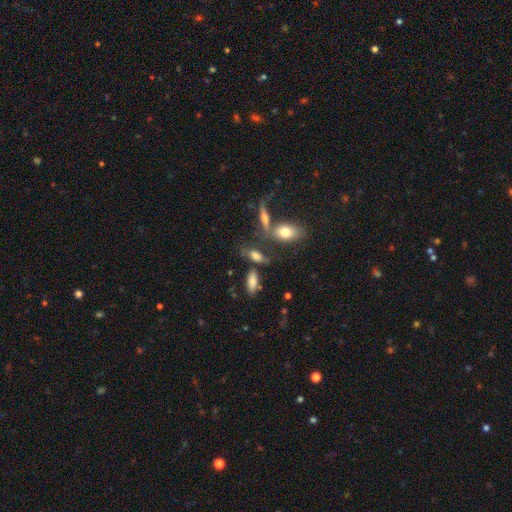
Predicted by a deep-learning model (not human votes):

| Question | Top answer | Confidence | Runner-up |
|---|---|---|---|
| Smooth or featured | smooth | 69% | featured or disk (19%) |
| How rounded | in between | 75% | cigar-shaped (18%) |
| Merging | none | 52% | merger (20%) |